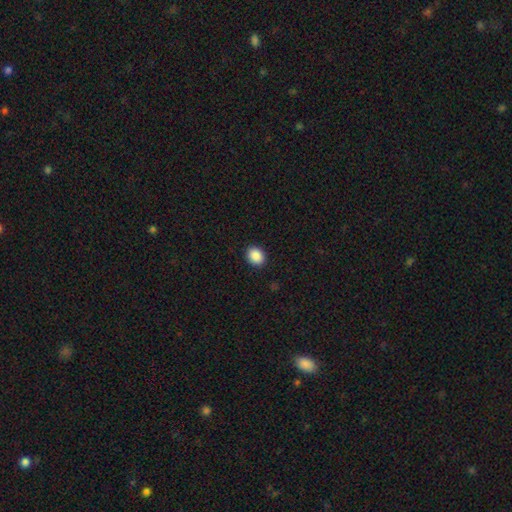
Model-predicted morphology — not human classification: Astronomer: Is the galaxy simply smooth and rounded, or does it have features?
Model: smooth — 89%.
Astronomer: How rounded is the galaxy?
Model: round — 54% (runner-up: in between, 45%).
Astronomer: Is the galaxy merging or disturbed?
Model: none — 91%.